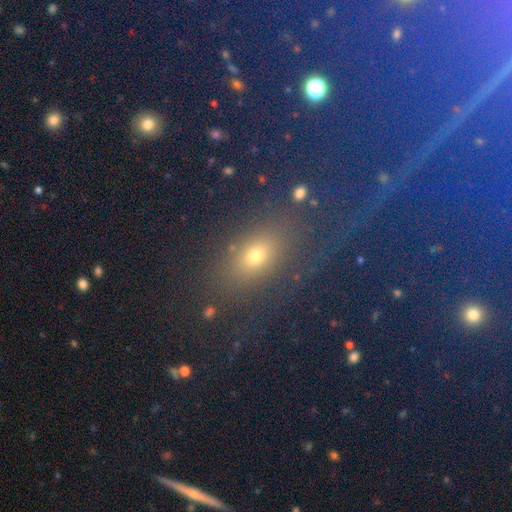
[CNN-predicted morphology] smooth_or_featured: smooth (p=0.52) [alt: star or artifact p=0.35]
how_rounded: in between (p=0.69) [alt: round p=0.23]
merging: none (p=0.81) [alt: minor disturbance p=0.10]